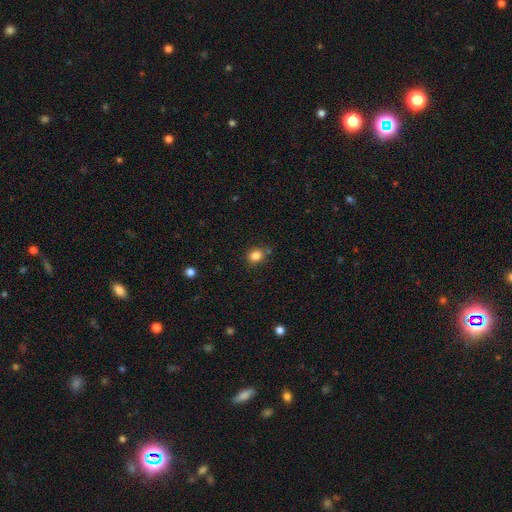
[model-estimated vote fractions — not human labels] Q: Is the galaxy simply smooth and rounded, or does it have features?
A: smooth — 84%.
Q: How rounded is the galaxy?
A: round — 63%.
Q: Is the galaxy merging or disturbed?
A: none — 79%.